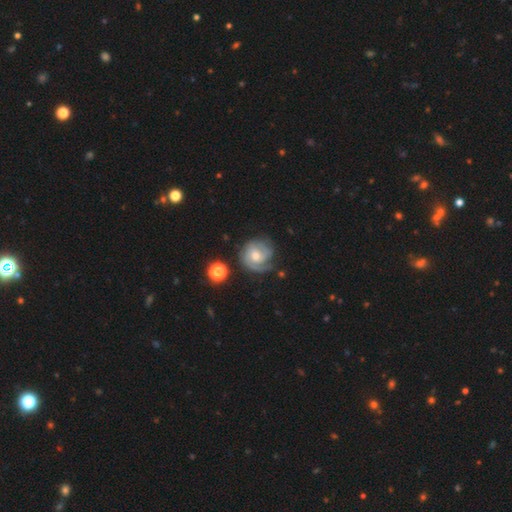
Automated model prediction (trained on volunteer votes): Q: Smooth or featured?
A: featured or disk (79%); runner-up: smooth (15%)
Q: Edge-on disk?
A: no (98%); runner-up: yes (2%)
Q: Bar?
A: no (62%); runner-up: weak (33%)
Q: Spiral arms?
A: yes (95%); runner-up: no (5%)
Q: Spiral winding?
A: tight (60%); runner-up: medium (31%)
Q: Spiral arm count?
A: 2 (38%); runner-up: 3 (21%)
Q: Bulge size?
A: moderate (57%); runner-up: small (37%)
Q: Merging?
A: none (66%); runner-up: minor disturbance (21%)